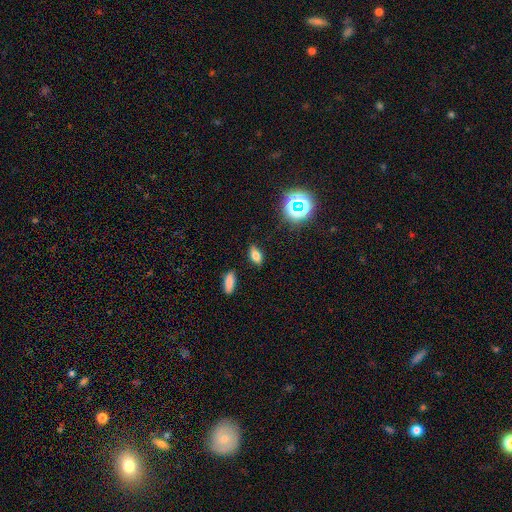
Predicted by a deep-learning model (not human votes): The model was most divided on "smooth or featured": smooth: 71%, star or artifact: 17%, featured or disk: 13%. More confident: merging — none (85%); how rounded — in between (83%).